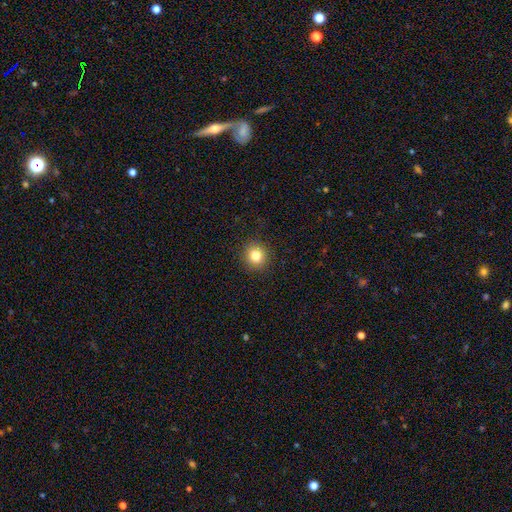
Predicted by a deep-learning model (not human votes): Smooth or featured? Predicted: smooth (p=0.82). How rounded? Predicted: round (p=0.91). Merging? Predicted: none (p=0.92).